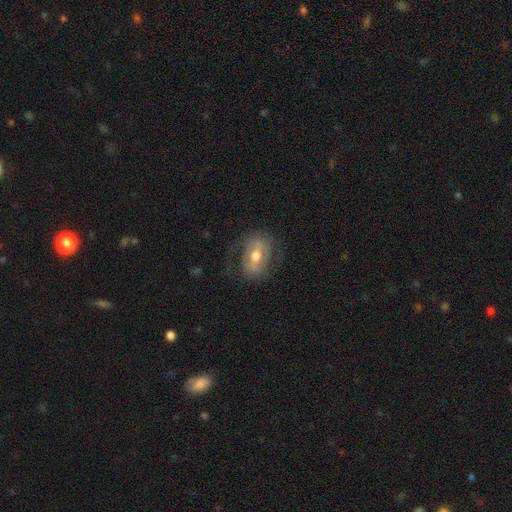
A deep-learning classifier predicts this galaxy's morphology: smooth_or_featured: featured or disk (p=0.62) [alt: smooth p=0.29]
disk_edge_on: no (p=0.93) [alt: yes p=0.07]
bar: weak (p=0.38) [alt: no p=0.32]
has_spiral_arms: yes (p=0.60) [alt: no p=0.40]
bulge_size: moderate (p=0.75) [alt: small p=0.13]
merging: none (p=0.69) [alt: minor disturbance p=0.18]